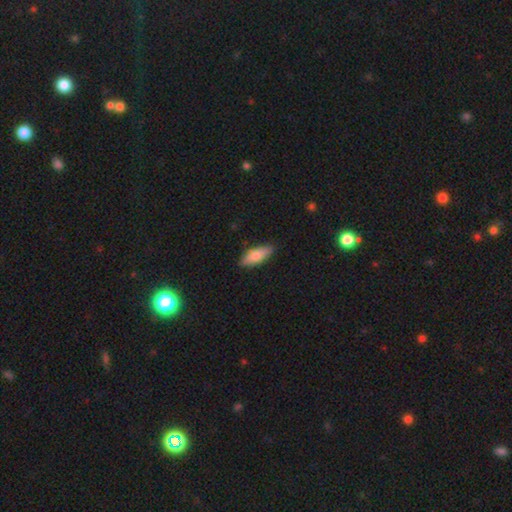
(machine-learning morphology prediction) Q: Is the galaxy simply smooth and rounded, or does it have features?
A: smooth — 79%.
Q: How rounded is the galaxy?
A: in between — 68%.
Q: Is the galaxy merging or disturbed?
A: none — 85%.